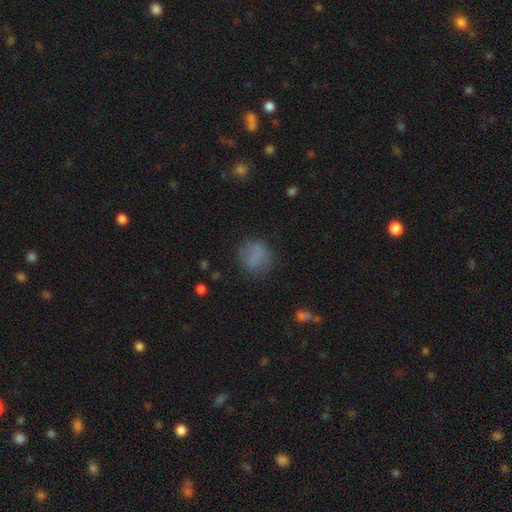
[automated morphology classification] smooth 74%, featured or disk 14%, star or artifact 12%. Down the decision tree: how rounded — round (76%); merging — none (72%).